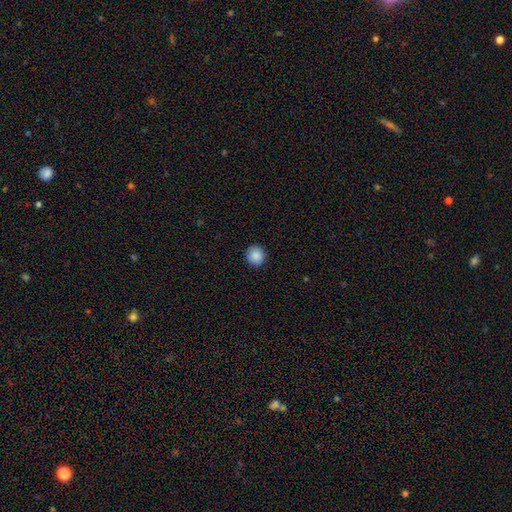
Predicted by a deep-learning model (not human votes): A smooth galaxy with no disk features (88%) that is round (92%).

Vote fractions:
- Smooth or featured? smooth: 88% / star or artifact: 9% / featured or disk: 3%
- How rounded? round: 92% / in between: 7% / cigar-shaped: 1%
- Merging? none: 92% / minor disturbance: 5% / major disturbance: 2% / merger: 1%